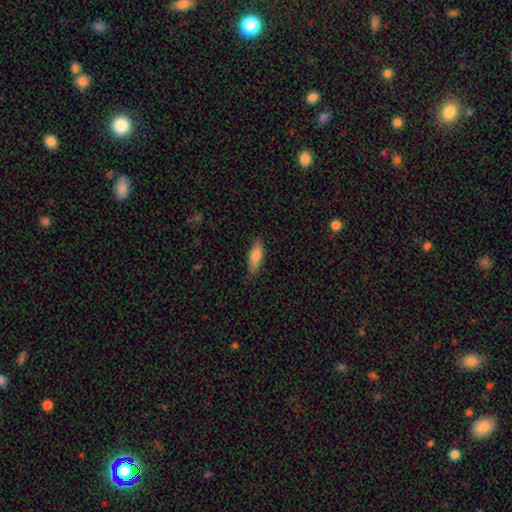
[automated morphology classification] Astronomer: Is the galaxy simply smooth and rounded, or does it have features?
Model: smooth — 81%.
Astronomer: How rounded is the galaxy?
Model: in between — 57% (runner-up: cigar-shaped, 41%).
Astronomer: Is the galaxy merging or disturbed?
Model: none — 84%.